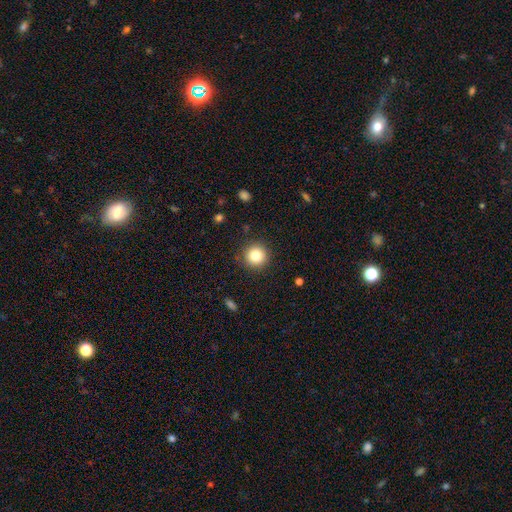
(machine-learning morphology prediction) Overall: smooth (83%). How rounded: round (95%). Merging: none (90%).